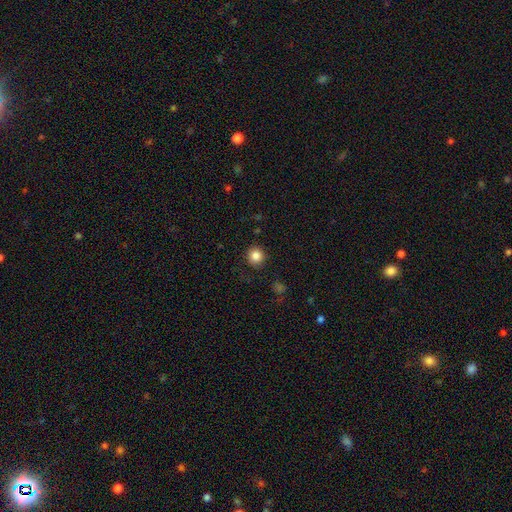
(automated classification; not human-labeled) smooth-or-featured: smooth: 85% | star or artifact: 11% | featured or disk: 4%
  how-rounded: round: 93% | in between: 6% | cigar-shaped: 1%
  merging: none: 90% | minor disturbance: 7% | major disturbance: 2% | merger: 1%